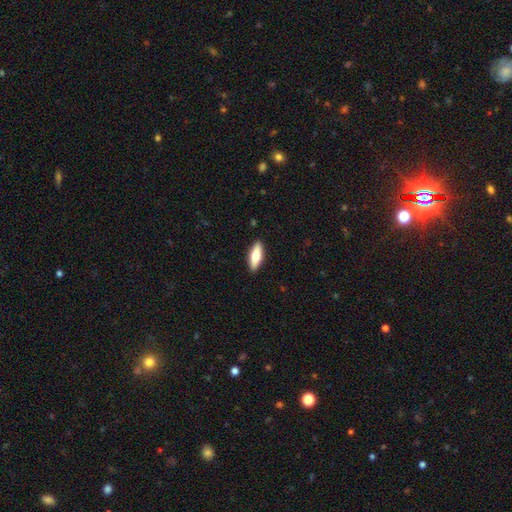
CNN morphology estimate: Q: Smooth or featured?
A: smooth (67%); runner-up: featured or disk (27%)
Q: How rounded?
A: in between (58%); runner-up: cigar-shaped (39%)
Q: Merging?
A: none (90%); runner-up: minor disturbance (8%)